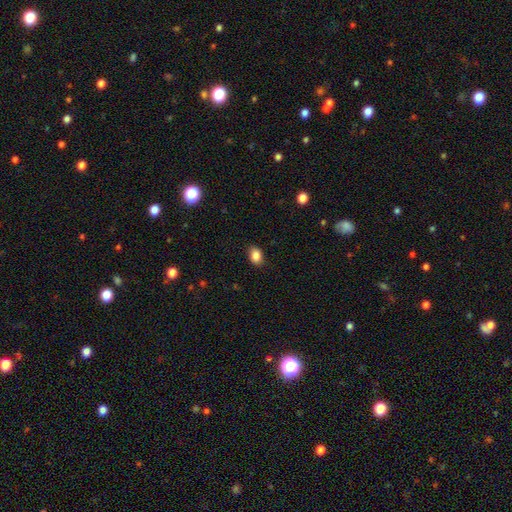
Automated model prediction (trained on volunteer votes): This appears to be a smooth galaxy with no disk features (86%) that is in between round and cigar-shaped (75%). Merging: none (86%).